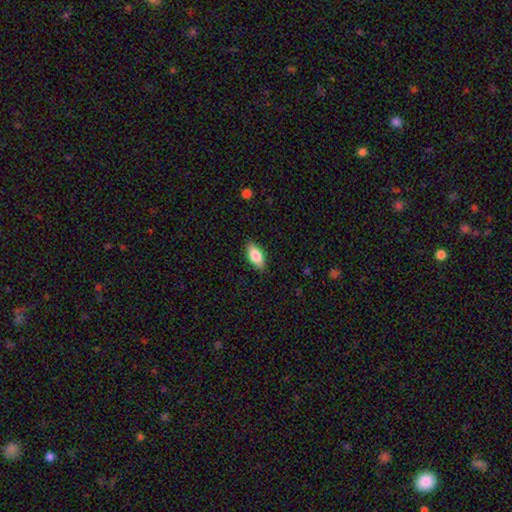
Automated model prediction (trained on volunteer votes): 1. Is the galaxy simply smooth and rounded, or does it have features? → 76% smooth, 17% featured or disk, 7% star or artifact.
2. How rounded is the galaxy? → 86% in between, 11% cigar-shaped, 3% round.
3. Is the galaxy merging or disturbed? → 87% none, 10% minor disturbance, 2% major disturbance, 1% merger.